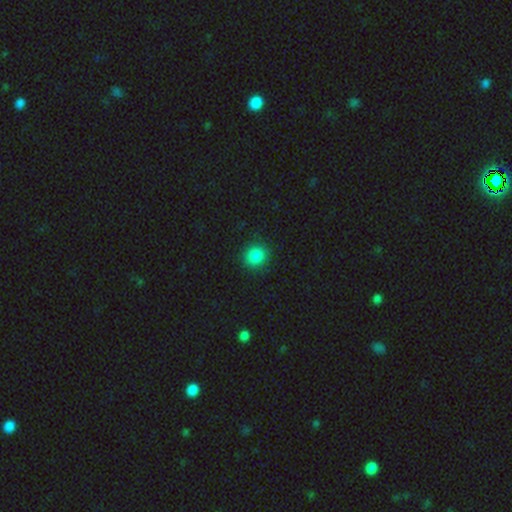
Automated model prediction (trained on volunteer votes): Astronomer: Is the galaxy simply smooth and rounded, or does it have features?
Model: smooth — 86%.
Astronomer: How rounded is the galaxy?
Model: round — 85%.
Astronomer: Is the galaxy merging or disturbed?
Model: none — 89%.